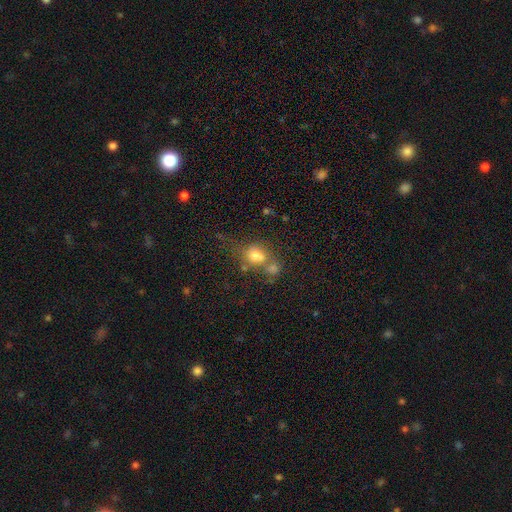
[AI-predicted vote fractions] smooth-or-featured: smooth: 68% | star or artifact: 16% | featured or disk: 16%
  how-rounded: round: 67% | in between: 31% | cigar-shaped: 1%
  merging: merger: 46% | none: 36% | minor disturbance: 11% | major disturbance: 7%